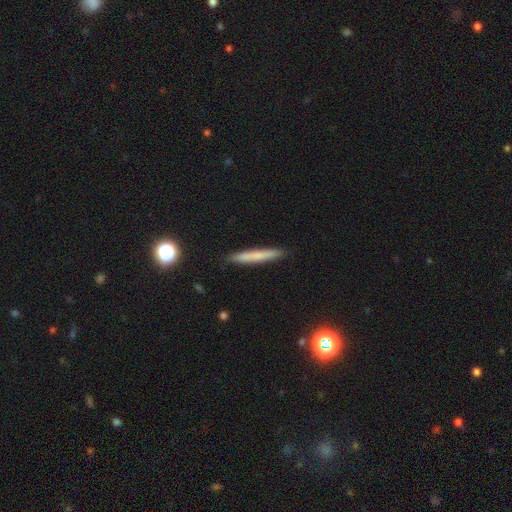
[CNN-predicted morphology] smooth_or_featured: smooth (p=0.65) [alt: featured or disk p=0.27]
how_rounded: cigar-shaped (p=0.96) [alt: in between p=0.03]
merging: none (p=0.90) [alt: minor disturbance p=0.07]